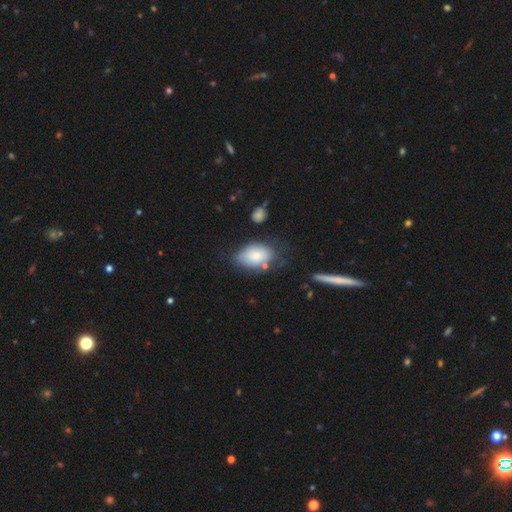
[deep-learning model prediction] smooth 75%, featured or disk 18%, star or artifact 7%. Down the decision tree: how rounded — in between (88%); merging — none (55%).